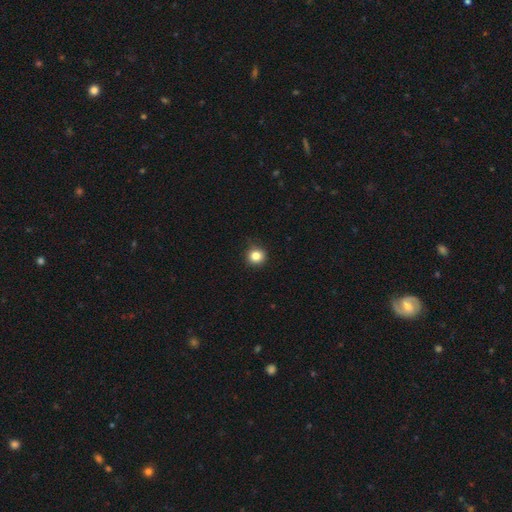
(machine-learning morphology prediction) This is clearly a smooth galaxy (83%). How rounded: clearly round (92%). Merging: clearly none (88%).